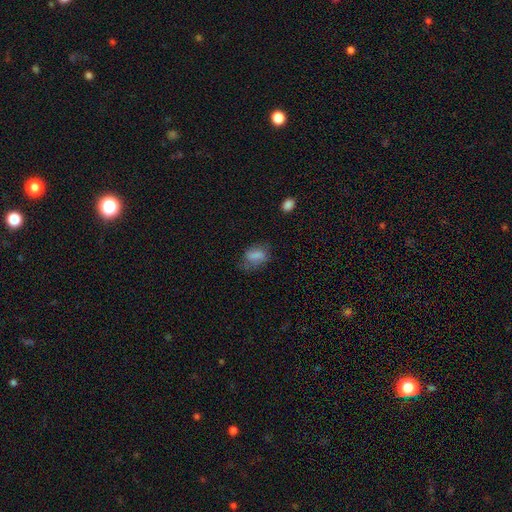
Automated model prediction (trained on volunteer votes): Smooth or featured? Predicted: smooth (p=0.74). How rounded? Predicted: in between (p=0.81). Merging? Predicted: none (p=0.51).